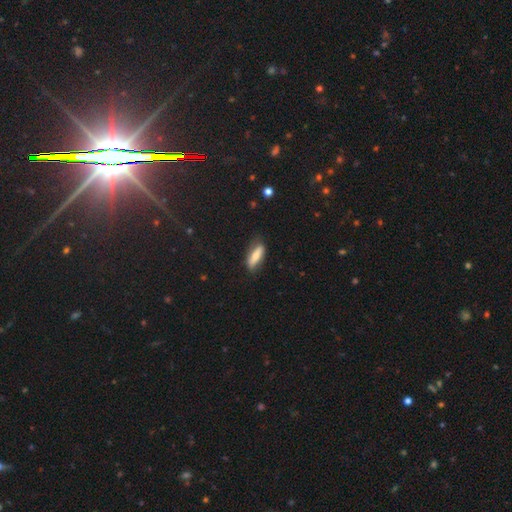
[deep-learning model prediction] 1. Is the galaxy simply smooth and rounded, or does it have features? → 66% smooth, 27% featured or disk, 7% star or artifact.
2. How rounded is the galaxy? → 50% in between, 48% cigar-shaped, 2% round.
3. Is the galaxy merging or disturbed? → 73% none, 20% minor disturbance, 5% major disturbance, 2% merger.